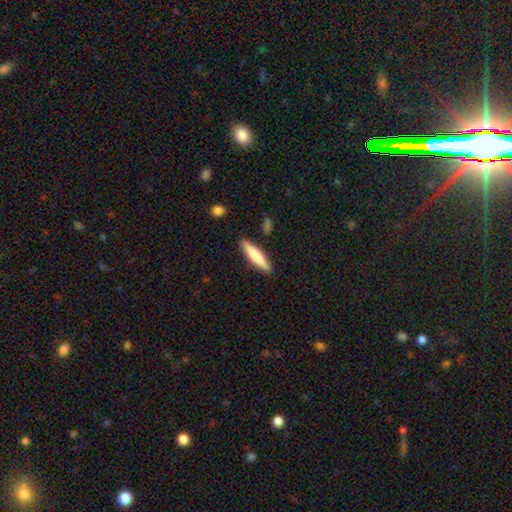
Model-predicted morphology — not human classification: type=smooth (70%); roundness=cigar-shaped (82%); merging=none (88%).